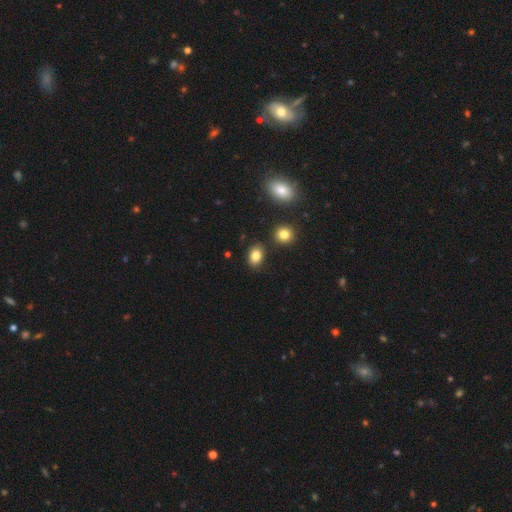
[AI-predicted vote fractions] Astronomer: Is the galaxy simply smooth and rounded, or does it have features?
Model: smooth — 83%.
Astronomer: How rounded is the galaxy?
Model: in between — 78%.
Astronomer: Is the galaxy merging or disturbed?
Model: none — 82%.